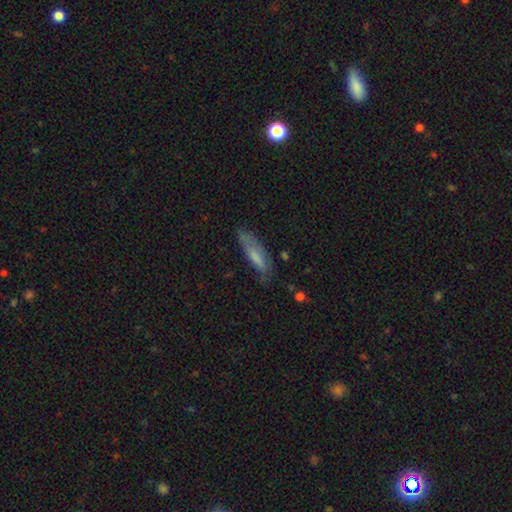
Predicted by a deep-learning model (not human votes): The model was most divided on "how rounded": cigar-shaped: 61%, in between: 37%, round: 2%. More confident: smooth or featured — smooth (67%); merging — none (64%).